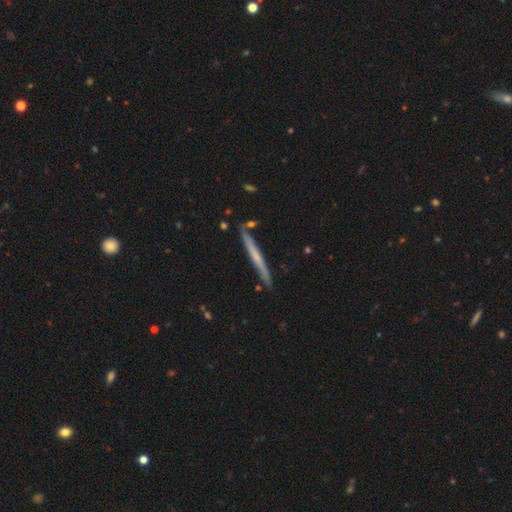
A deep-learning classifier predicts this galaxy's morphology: This is possibly a featured or disk galaxy (55%). It is clearly viewed edge-on (96%). Edge-on bulge: likely none (73%). Merging: clearly none (86%).